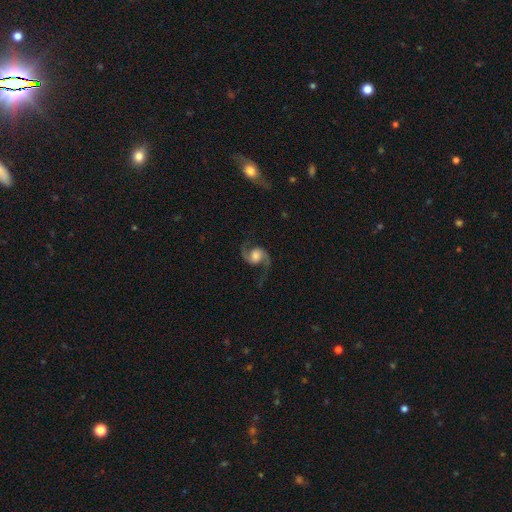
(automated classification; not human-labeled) smooth-or-featured: featured or disk: 89% | smooth: 6% | star or artifact: 5%
  disk-edge-on: no: 98% | yes: 2%
    bar: no: 62% | weak: 30% | strong: 9%
    has-spiral-arms: yes: 98% | no: 2%
      spiral-winding: loose: 59% | medium: 36% | tight: 6%
      spiral-arm-count: 2: 94% | 1: 1% | can't tell: 1% | 3: 1% | 4: 1% | more than 4: 1%
    bulge-size: large: 41% | moderate: 30% | small: 11% | none: 9% | dominant: 9%
  merging: none: 80% | minor disturbance: 11% | major disturbance: 7% | merger: 1%